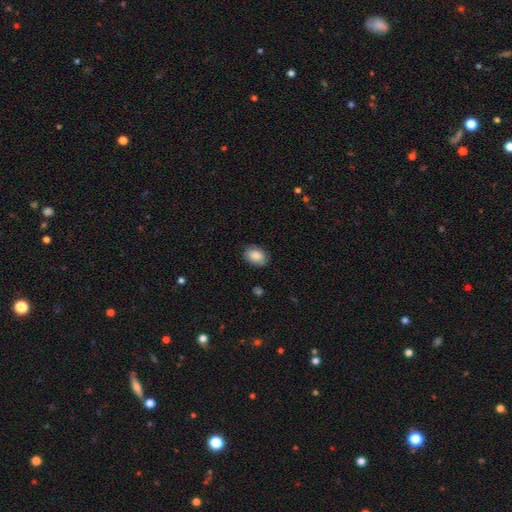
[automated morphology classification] smooth 88%, star or artifact 7%, featured or disk 5%. Down the decision tree: how rounded — in between (79%); merging — none (85%).